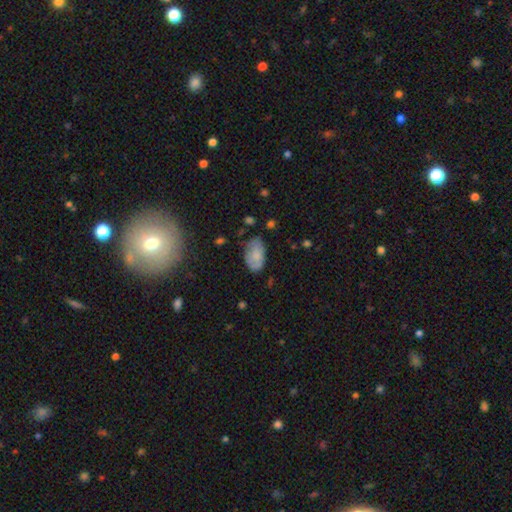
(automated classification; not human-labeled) Smooth or featured?
  - smooth: 70% *
  - featured or disk: 23%
  - star or artifact: 7%
How rounded?
  - in between: 93% *
  - round: 6%
  - cigar-shaped: 2%
Merging?
  - none: 60% *
  - minor disturbance: 29%
  - major disturbance: 8%
  - merger: 2%